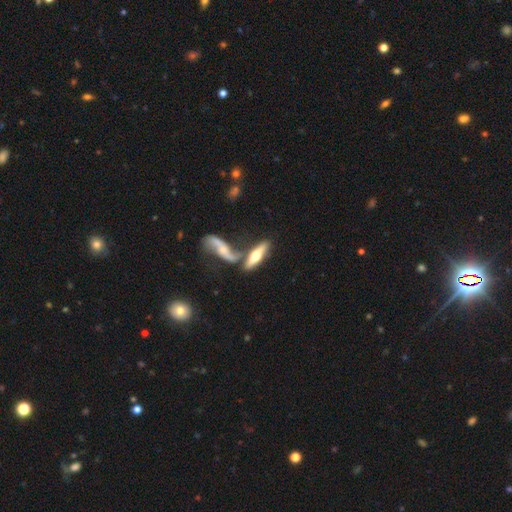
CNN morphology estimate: Smooth or featured?
  - featured or disk: 55% *
  - smooth: 39%
  - star or artifact: 6%
Edge-on disk?
  - yes: 78% *
  - no: 22%
Merging?
  - none: 46% *
  - merger: 37%
  - minor disturbance: 11%
  - major disturbance: 5%